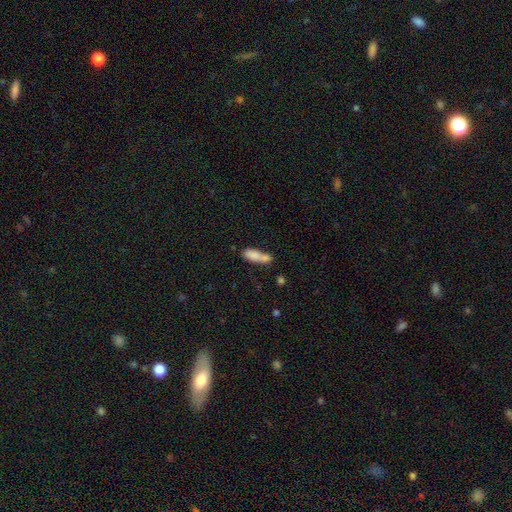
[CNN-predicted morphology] A smooth galaxy with no disk features (79%) that is in between round and cigar-shaped (60%).

Vote fractions:
- Smooth or featured? smooth: 79% / featured or disk: 12% / star or artifact: 9%
- How rounded? in between: 60% / cigar-shaped: 38% / round: 3%
- Merging? merger: 42% / none: 33% / minor disturbance: 17% / major disturbance: 8%